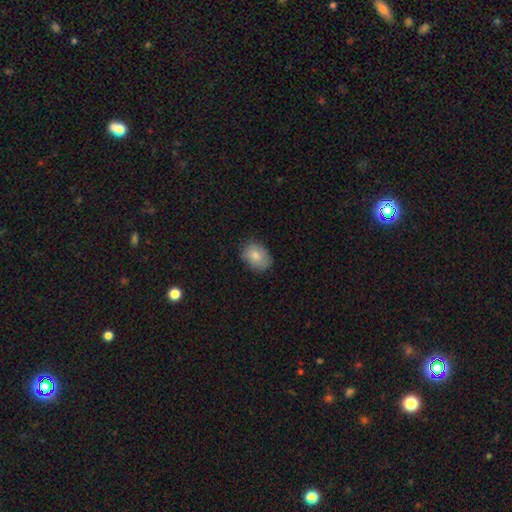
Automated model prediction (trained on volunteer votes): smooth-or-featured: smooth: 81% | featured or disk: 12% | star or artifact: 7%
  how-rounded: in between: 70% | round: 29% | cigar-shaped: 1%
  merging: none: 77% | minor disturbance: 18% | major disturbance: 4% | merger: 1%